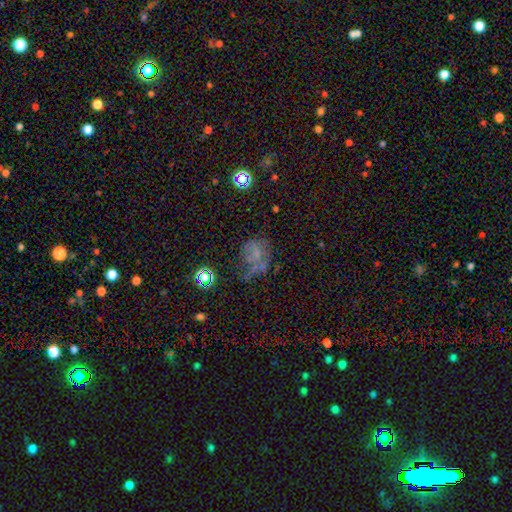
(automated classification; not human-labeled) The model was most divided on "merging": none: 36%, major disturbance: 34%, minor disturbance: 23%, merger: 7%. Remaining: smooth or featured — smooth (37%).